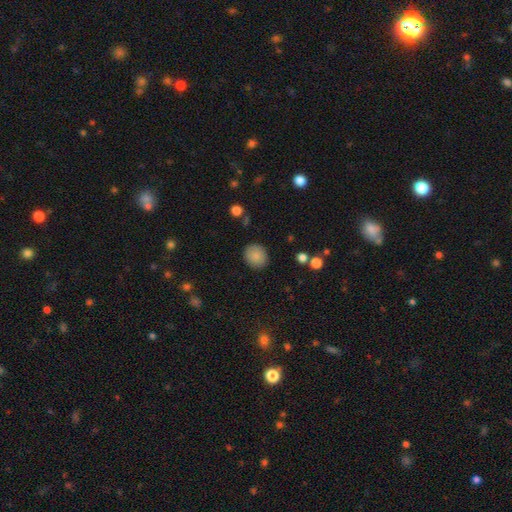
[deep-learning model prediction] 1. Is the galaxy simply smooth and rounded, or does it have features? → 87% smooth, 8% star or artifact, 5% featured or disk.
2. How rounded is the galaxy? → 77% round, 22% in between, 1% cigar-shaped.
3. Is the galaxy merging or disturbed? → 88% none, 8% minor disturbance, 2% major disturbance, 1% merger.